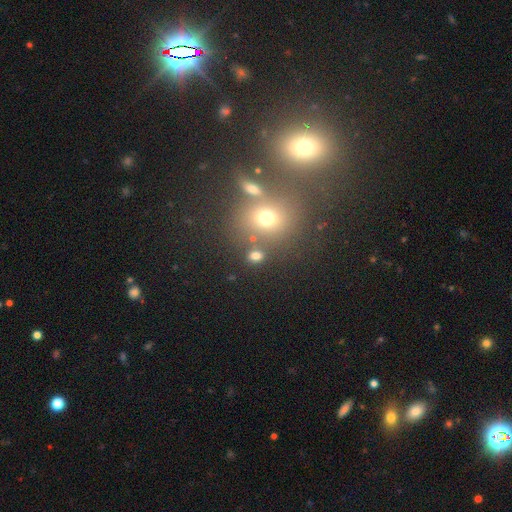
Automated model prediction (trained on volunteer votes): Smooth or featured?
  - smooth: 71% *
  - star or artifact: 20%
  - featured or disk: 9%
How rounded?
  - round: 58% *
  - in between: 40%
  - cigar-shaped: 2%
Merging?
  - none: 68% *
  - merger: 17%
  - minor disturbance: 10%
  - major disturbance: 5%